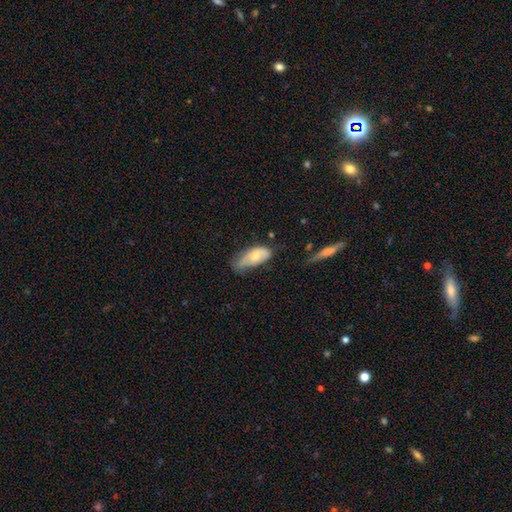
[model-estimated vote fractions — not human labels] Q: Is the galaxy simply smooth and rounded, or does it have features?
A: smooth — 66%.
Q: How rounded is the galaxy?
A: in between — 89%.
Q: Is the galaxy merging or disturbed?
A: minor disturbance — 44%.